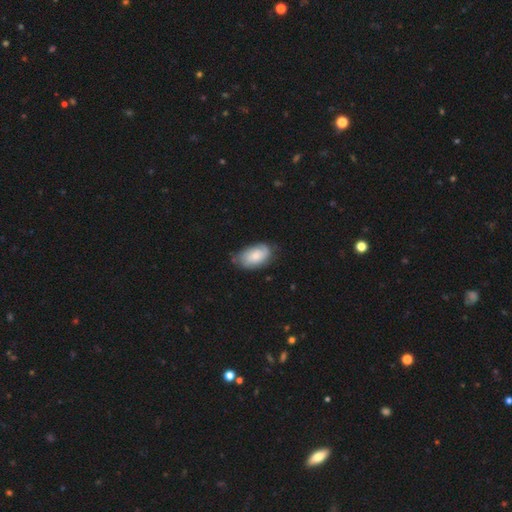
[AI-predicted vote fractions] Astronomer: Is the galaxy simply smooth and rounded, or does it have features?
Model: smooth — 50% (runner-up: featured or disk, 43%).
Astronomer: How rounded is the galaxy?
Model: in between — 92%.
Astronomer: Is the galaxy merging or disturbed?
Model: none — 67%.